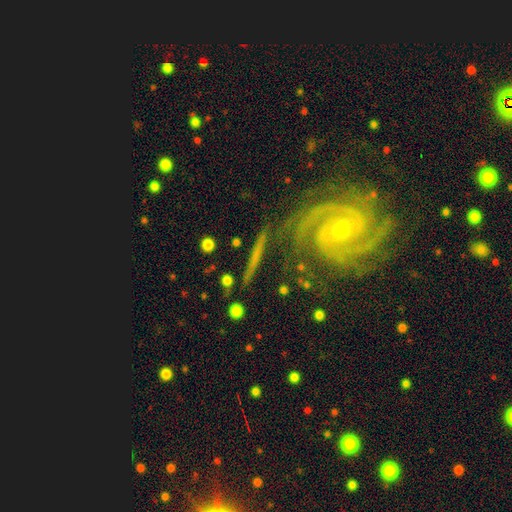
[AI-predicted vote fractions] featured or disk 78%, smooth 13%, star or artifact 9%. Down the decision tree: edge-on disk — no (62%); merging — none (76%).